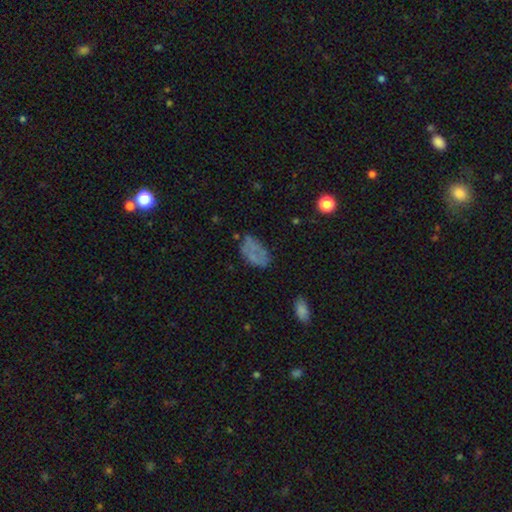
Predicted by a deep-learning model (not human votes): A smooth galaxy with no disk features (54%) that is in between round and cigar-shaped (90%).

Vote fractions:
- Smooth or featured? smooth: 54% / featured or disk: 32% / star or artifact: 14%
- How rounded? in between: 90% / round: 8% / cigar-shaped: 2%
- Merging? none: 55% / minor disturbance: 25% / major disturbance: 16% / merger: 4%